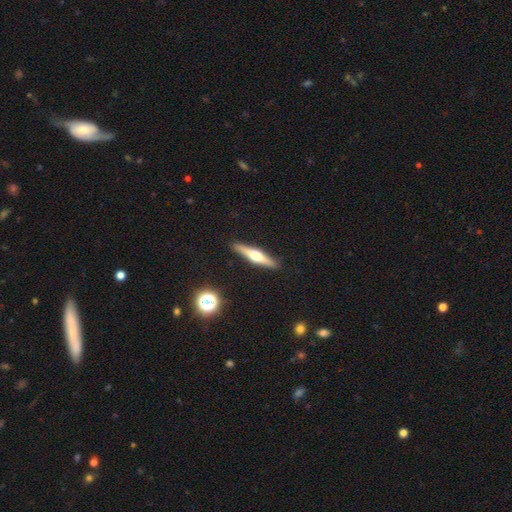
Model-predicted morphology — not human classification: Smooth or featured? featured or disk (62%)
Edge-on disk? yes (96%)
Edge-on bulge? rounded (93%)
Merging? none (90%)